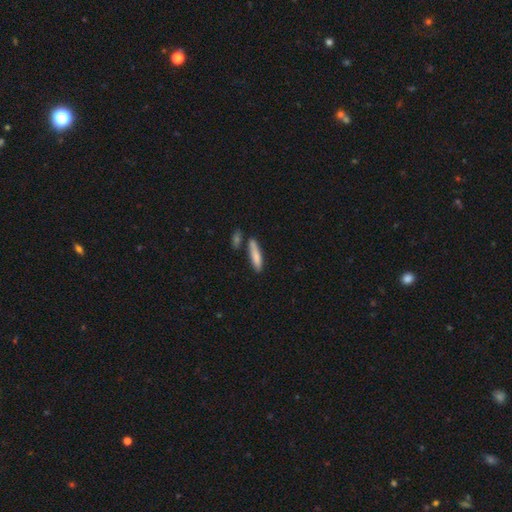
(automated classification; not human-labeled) smooth 80%, featured or disk 14%, star or artifact 6%. Down the decision tree: how rounded — cigar-shaped (81%); merging — none (72%).